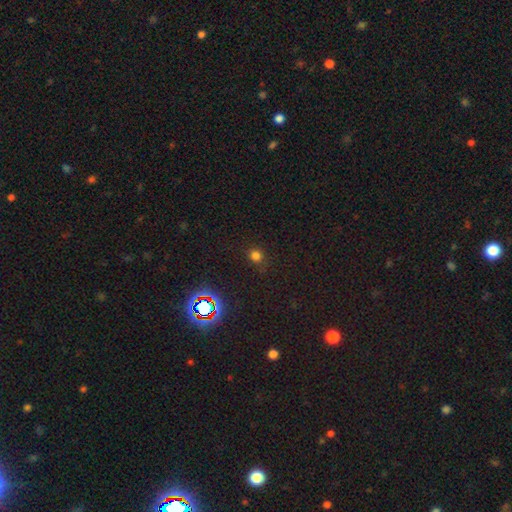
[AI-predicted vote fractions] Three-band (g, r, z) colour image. It shows a smooth galaxy with no disk features (71%) that is round (85%). Merging: none (84%).